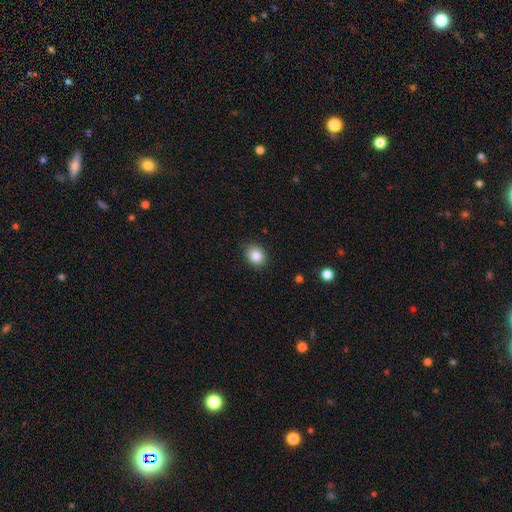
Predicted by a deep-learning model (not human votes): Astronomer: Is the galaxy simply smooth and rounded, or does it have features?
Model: smooth — 86%.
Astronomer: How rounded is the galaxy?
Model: round — 53% (runner-up: in between, 46%).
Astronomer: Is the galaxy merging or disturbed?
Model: none — 87%.